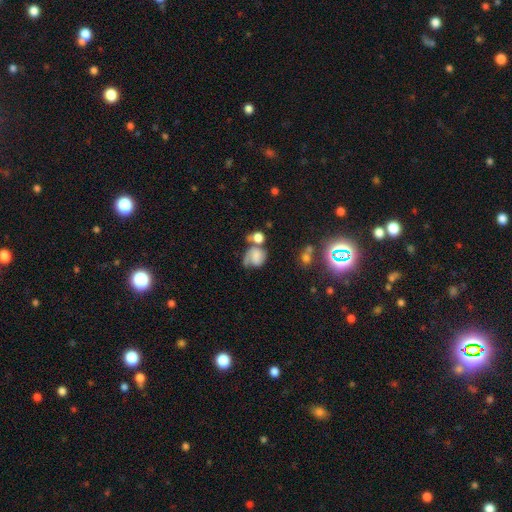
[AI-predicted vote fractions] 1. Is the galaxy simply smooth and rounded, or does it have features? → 45% smooth, 43% featured or disk, 12% star or artifact.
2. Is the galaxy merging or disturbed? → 31% none, 26% merger, 22% major disturbance, 21% minor disturbance.